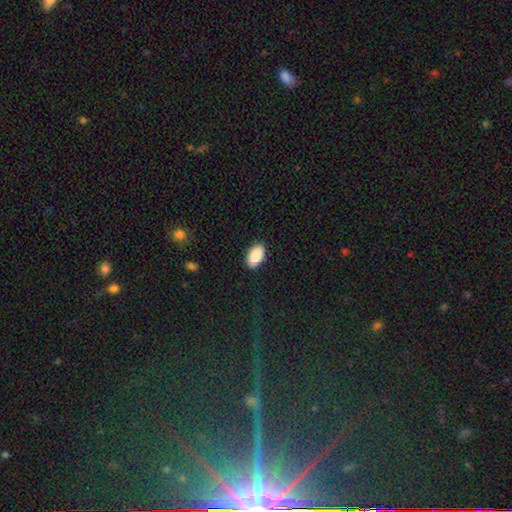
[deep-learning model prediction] smooth-or-featured: smooth: 91% | star or artifact: 6% | featured or disk: 3%
  how-rounded: in between: 95% | round: 4% | cigar-shaped: 2%
  merging: none: 88% | minor disturbance: 8% | major disturbance: 2% | merger: 1%